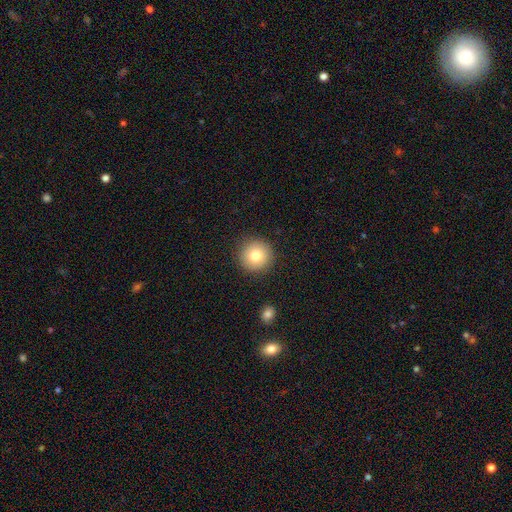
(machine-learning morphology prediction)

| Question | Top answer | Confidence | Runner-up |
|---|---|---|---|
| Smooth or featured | smooth | 78% | featured or disk (12%) |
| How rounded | round | 95% | in between (4%) |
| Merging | none | 90% | minor disturbance (6%) |